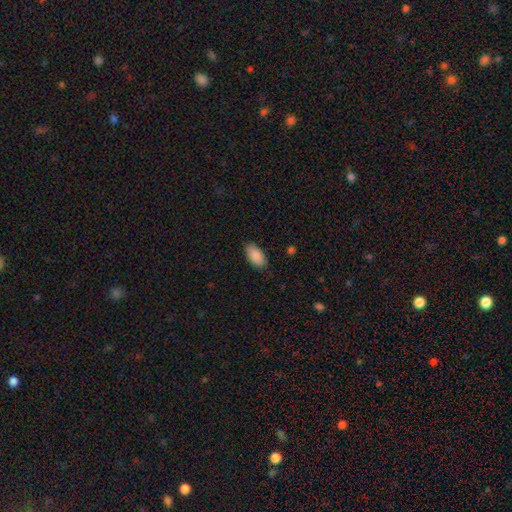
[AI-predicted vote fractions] Smooth or featured: smooth — 89% (star or artifact — 6%)
How rounded: in between — 94% (cigar-shaped — 4%)
Merging: none — 86% (minor disturbance — 11%)